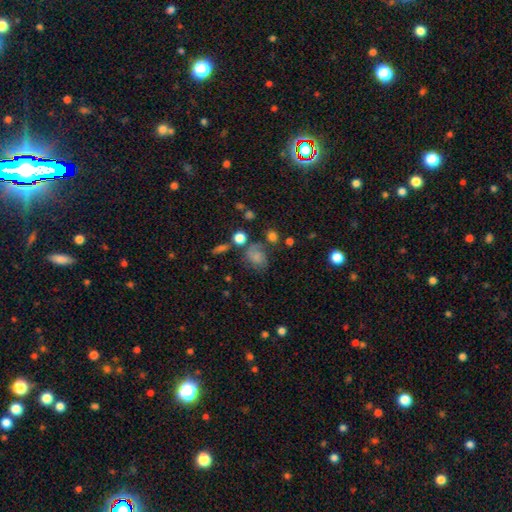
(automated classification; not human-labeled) A smooth galaxy with no disk features (63%) that is in between round and cigar-shaped (50%). Merging: none (44%).